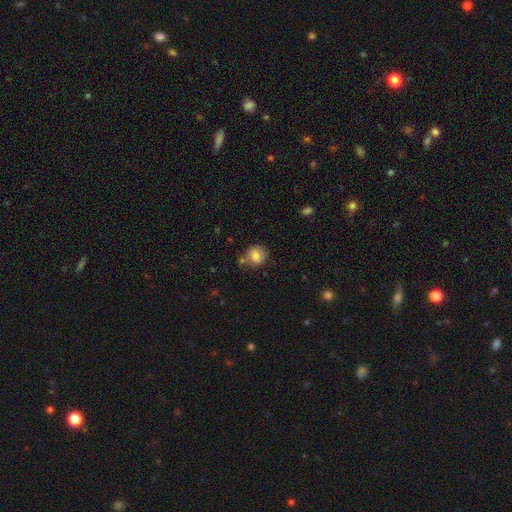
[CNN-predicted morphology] smooth-or-featured: smooth: 80% | featured or disk: 11% | star or artifact: 9%
  how-rounded: round: 83% | in between: 16% | cigar-shaped: 1%
  merging: none: 68% | minor disturbance: 16% | merger: 11% | major disturbance: 4%